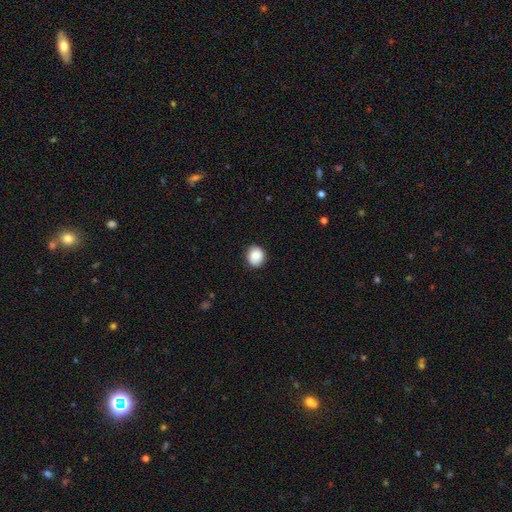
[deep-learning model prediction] smooth 84%, star or artifact 8%, featured or disk 7%. Down the decision tree: how rounded — round (77%); merging — none (84%).